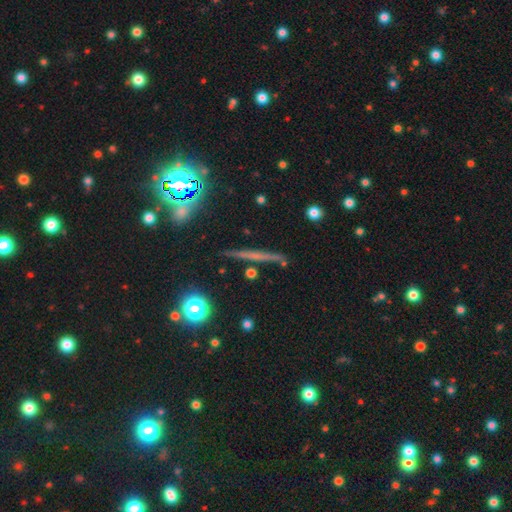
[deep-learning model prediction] smooth-or-featured: featured or disk: 50% | smooth: 32% | star or artifact: 18%
  merging: none: 88% | minor disturbance: 8% | merger: 3% | major disturbance: 2%